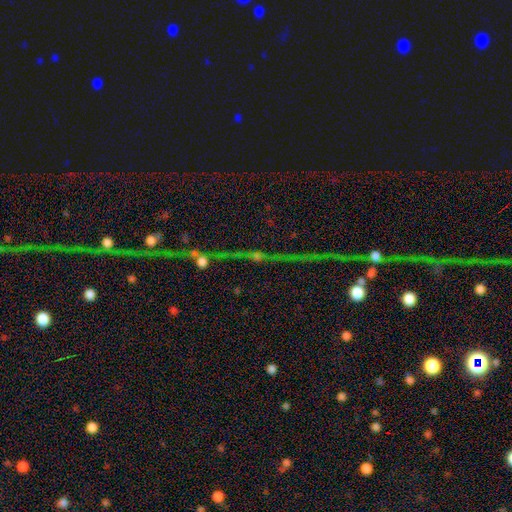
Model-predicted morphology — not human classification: Q: Smooth or featured?
A: star or artifact (75%); runner-up: featured or disk (13%)